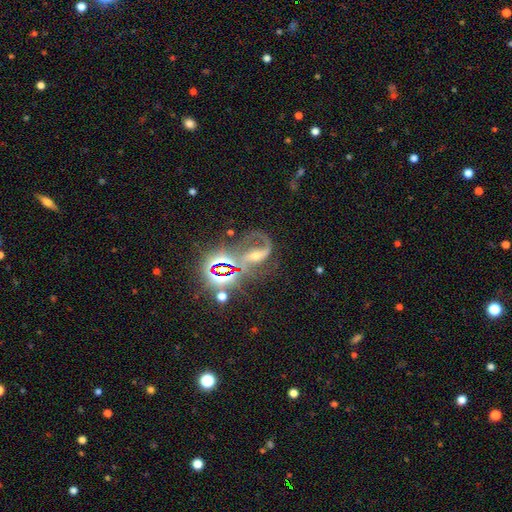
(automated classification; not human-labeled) Q: Smooth or featured?
A: featured or disk (71%); runner-up: star or artifact (21%)
Q: Edge-on disk?
A: no (95%); runner-up: yes (5%)
Q: Bar?
A: strong (48%); runner-up: weak (27%)
Q: Spiral arms?
A: yes (92%); runner-up: no (8%)
Q: Spiral winding?
A: loose (46%); runner-up: medium (42%)
Q: Spiral arm count?
A: 2 (77%); runner-up: 1 (16%)
Q: Bulge size?
A: moderate (53%); runner-up: small (38%)
Q: Merging?
A: none (50%); runner-up: major disturbance (24%)